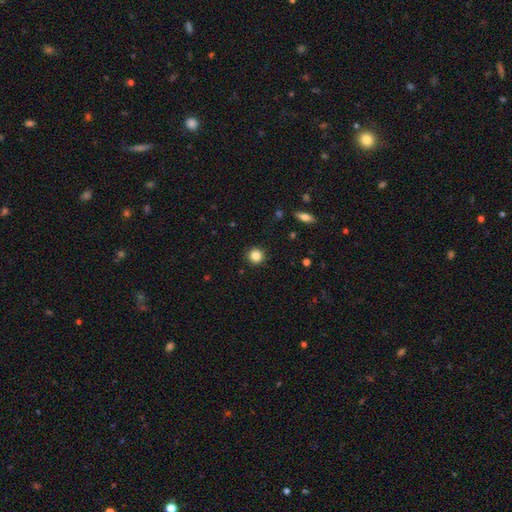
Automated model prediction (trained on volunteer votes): smooth-or-featured: smooth: 85% | star or artifact: 11% | featured or disk: 4%
  how-rounded: round: 94% | in between: 5% | cigar-shaped: 1%
  merging: none: 92% | minor disturbance: 5% | major disturbance: 2% | merger: 1%